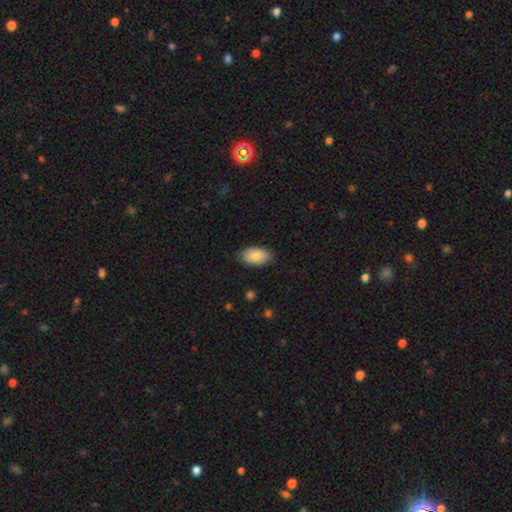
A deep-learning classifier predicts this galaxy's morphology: A smooth galaxy with no disk features (84%) that is in between round and cigar-shaped (95%). Merging: none (85%).